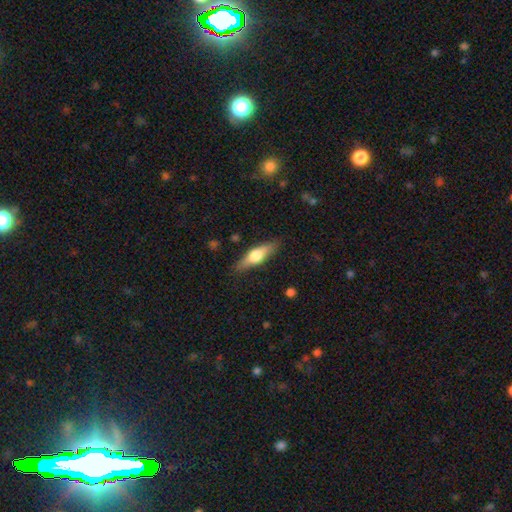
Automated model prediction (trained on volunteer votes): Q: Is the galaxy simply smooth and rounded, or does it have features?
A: featured or disk — 47%, tied with smooth.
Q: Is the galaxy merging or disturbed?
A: none — 85%.